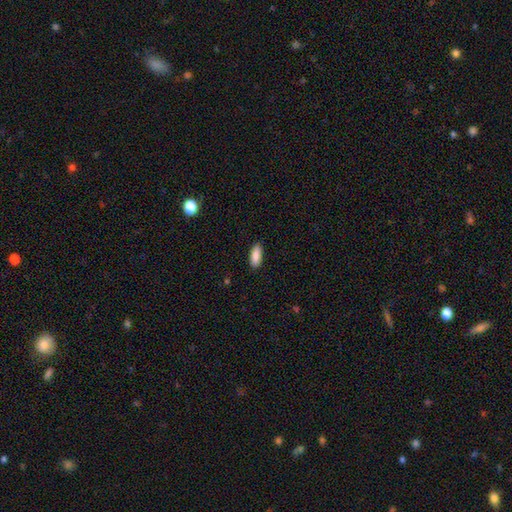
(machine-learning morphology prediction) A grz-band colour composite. It shows a smooth galaxy with no disk features (89%) that is in between round and cigar-shaped (79%). Merging: none (89%).